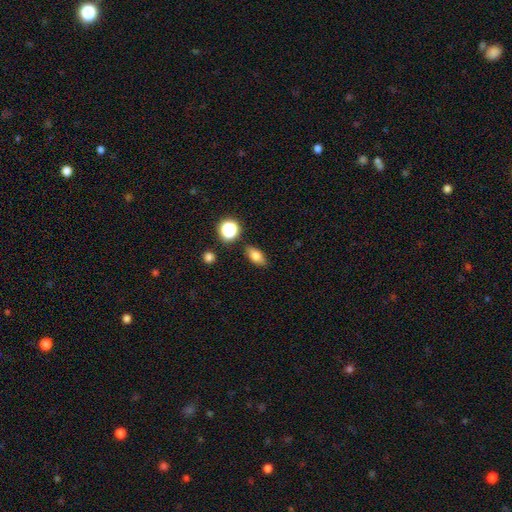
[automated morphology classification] A smooth galaxy with no disk features (77%) that is in between round and cigar-shaped (81%). Merging: none (84%).